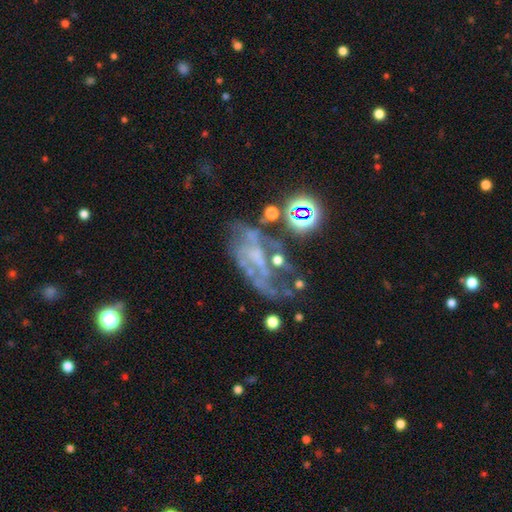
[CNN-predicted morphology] Smooth or featured? Predicted: featured or disk (p=0.66). Edge-on disk? Predicted: no (p=0.94). Bar? Predicted: no (p=0.61). Spiral arms? Predicted: yes (p=0.53). Bulge size? Predicted: none (p=0.50). Merging? Predicted: none (p=0.38).